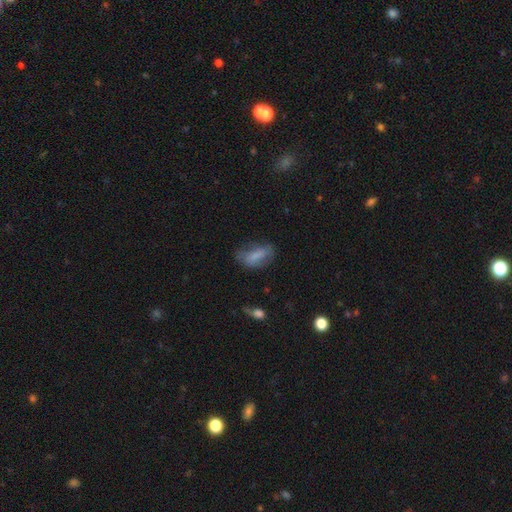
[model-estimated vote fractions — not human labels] smooth-or-featured: smooth: 66% | featured or disk: 24% | star or artifact: 10%
  how-rounded: in between: 82% | cigar-shaped: 13% | round: 5%
  merging: none: 50% | minor disturbance: 30% | major disturbance: 17% | merger: 3%